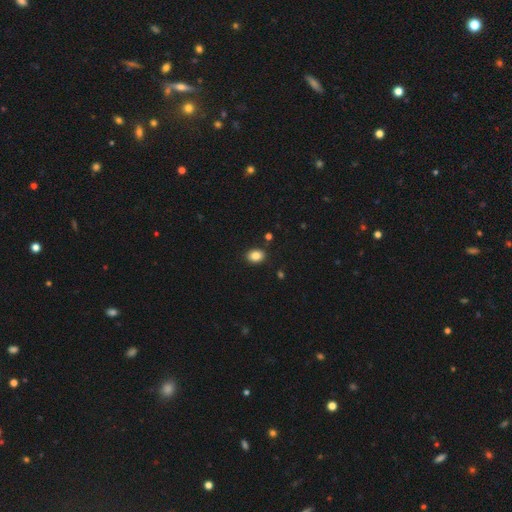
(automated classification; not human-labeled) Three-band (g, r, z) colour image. It shows a smooth galaxy with no disk features (86%) that is in between round and cigar-shaped (66%). Merging: none (88%).